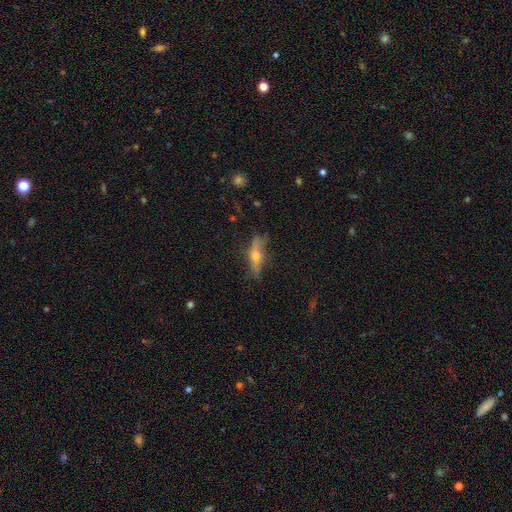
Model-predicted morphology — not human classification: A featured or disk galaxy (56%) viewed edge-on (84%). Merging: none (71%).